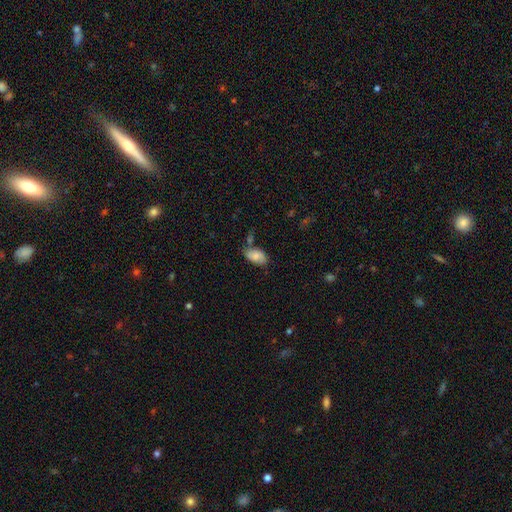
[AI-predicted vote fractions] The model was most divided on "merging": none: 57%, minor disturbance: 24%, merger: 13%, major disturbance: 6%. More confident: how rounded — in between (94%); smooth or featured — smooth (78%).